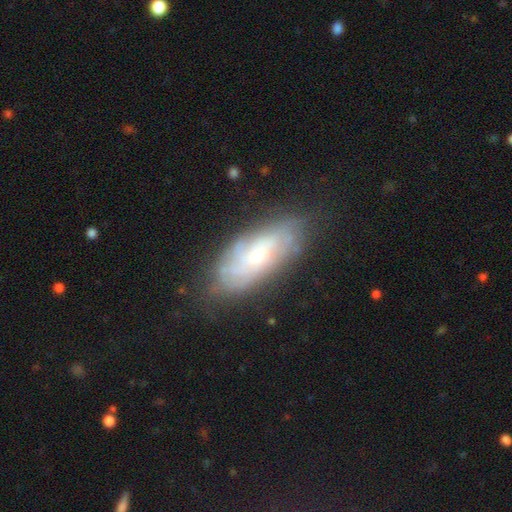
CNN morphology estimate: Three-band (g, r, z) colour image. It shows a featured or disk galaxy (62%) with no bar (70%), spiral arms (79%) and a small central bulge (54%). Merging: none (74%).